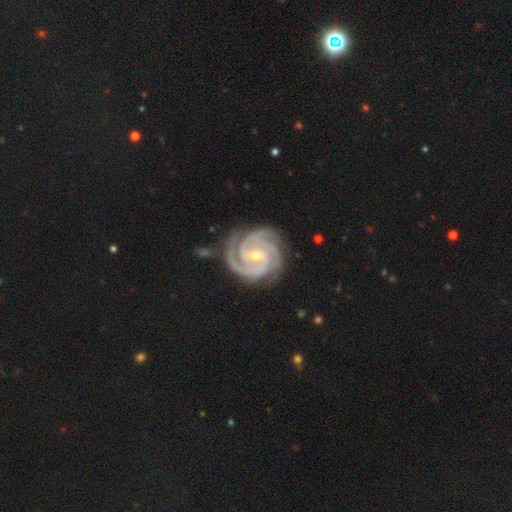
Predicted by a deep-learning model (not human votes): Smooth or featured: featured or disk — 94% (star or artifact — 4%)
Edge-on disk: no — 98% (yes — 2%)
Bar: weak — 42% (no — 37%)
Spiral arms: yes — 99% (no — 1%)
Spiral winding: tight — 78% (medium — 21%)
Spiral arm count: 3 — 50% (4 — 24%)
Bulge size: small — 58% (moderate — 39%)
Merging: none — 80% (minor disturbance — 14%)